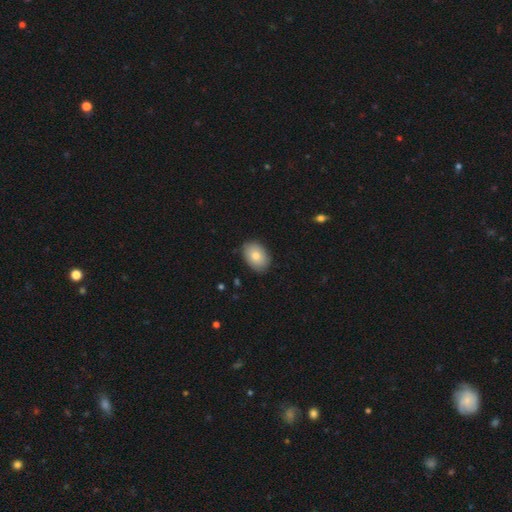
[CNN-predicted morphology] Q: Smooth or featured?
A: smooth (78%); runner-up: featured or disk (15%)
Q: How rounded?
A: in between (81%); runner-up: round (18%)
Q: Merging?
A: none (87%); runner-up: minor disturbance (10%)